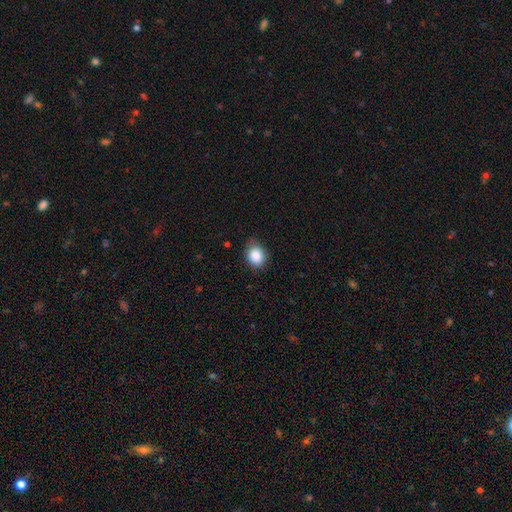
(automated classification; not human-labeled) This is clearly a smooth galaxy (87%). How rounded: possibly in between (51%). Merging: likely none (71%).